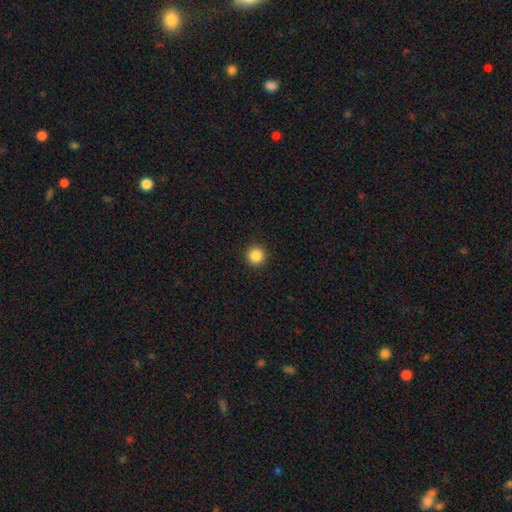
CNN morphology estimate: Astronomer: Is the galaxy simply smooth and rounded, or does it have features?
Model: smooth — 87%.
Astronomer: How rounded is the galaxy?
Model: round — 96%.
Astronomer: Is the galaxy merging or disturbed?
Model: none — 93%.